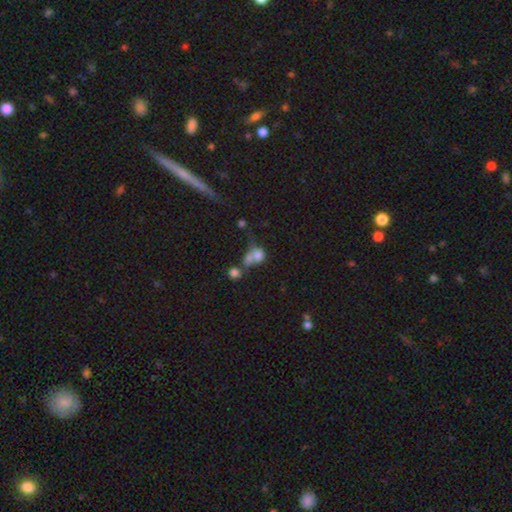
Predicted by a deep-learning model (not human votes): Smooth or featured: smooth — 68% (featured or disk — 18%)
How rounded: round — 60% (in between — 38%)
Merging: merger — 58% (none — 21%)